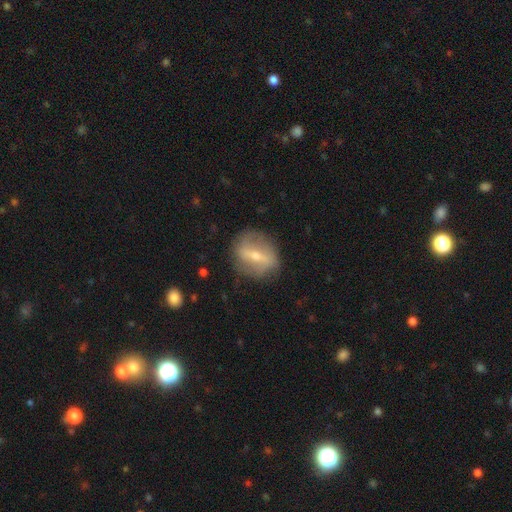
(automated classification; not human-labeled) Morphology: type=featured or disk (67%); edge-on=no (86%); bar=strong (59%); spiral arms=no (51%); bulge=small (57%); merging=none (79%).